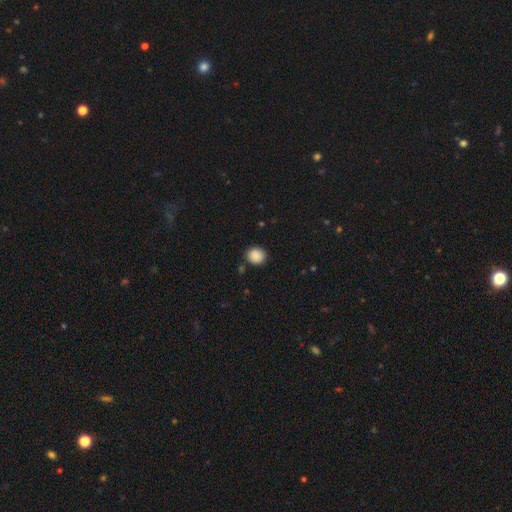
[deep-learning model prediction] Morphology: type=smooth (89%); roundness=round (84%); merging=none (87%).